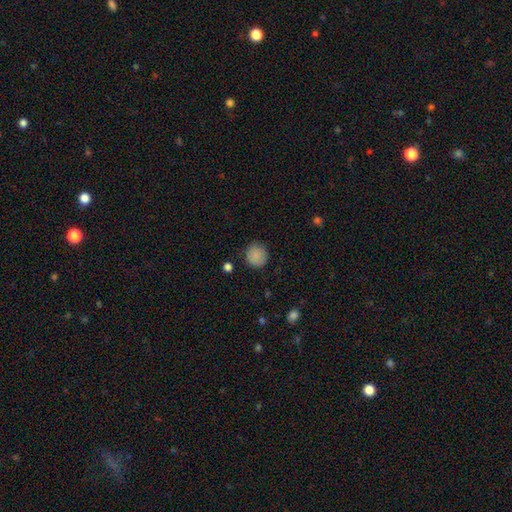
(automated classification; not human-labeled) A smooth galaxy with no disk features (86%) that is round (89%).

Vote fractions:
- Smooth or featured? smooth: 86% / star or artifact: 9% / featured or disk: 5%
- How rounded? round: 89% / in between: 10% / cigar-shaped: 1%
- Merging? none: 84% / minor disturbance: 12% / major disturbance: 3% / merger: 1%